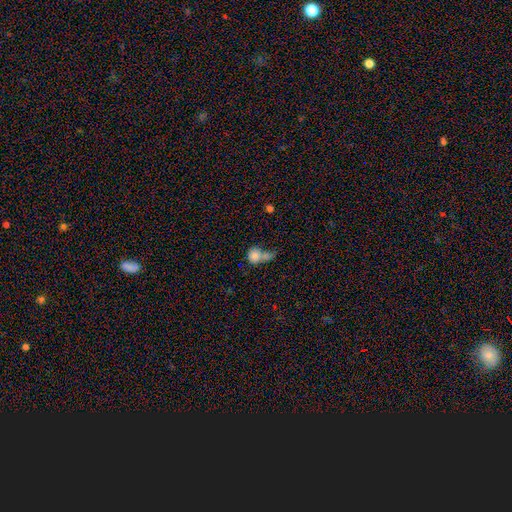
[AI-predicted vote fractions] This appears to be a smooth galaxy with no disk features (79%) that is round (70%). Merging: merger (52%).